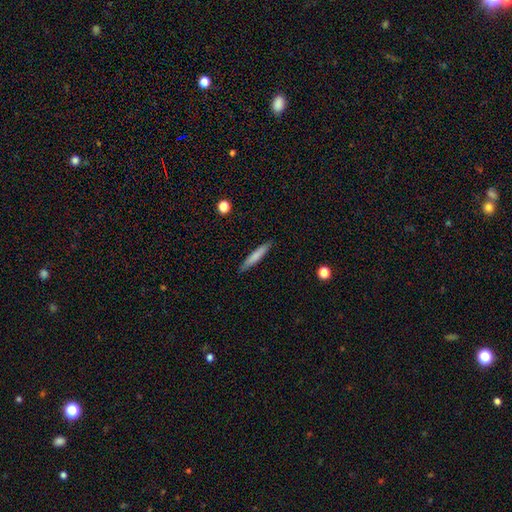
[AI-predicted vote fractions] The model was most divided on "smooth or featured": smooth: 73%, featured or disk: 20%, star or artifact: 6%. More confident: how rounded — cigar-shaped (93%); merging — none (89%).